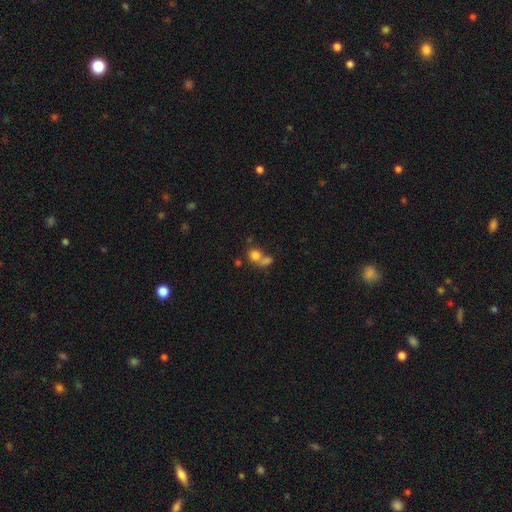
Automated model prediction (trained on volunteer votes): Q: Smooth or featured?
A: smooth (76%); runner-up: star or artifact (12%)
Q: How rounded?
A: round (68%); runner-up: in between (30%)
Q: Merging?
A: merger (53%); runner-up: none (33%)